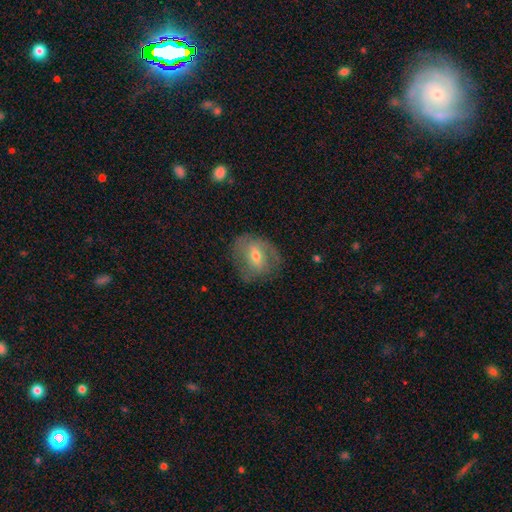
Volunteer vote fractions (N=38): Volunteers were most divided on "smooth or featured": featured or disk: 47%, smooth: 45%, star or artifact: 8%. More confident: edge-on disk — no (78%); spiral arms — no (64%); bulge size — moderate (64%); merging — none (51%); bar — no (50%).